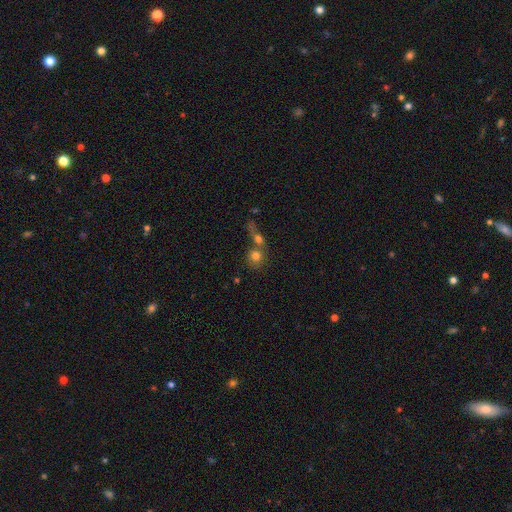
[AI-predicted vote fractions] Q: Smooth or featured?
A: smooth (75%); runner-up: featured or disk (13%)
Q: How rounded?
A: round (84%); runner-up: in between (15%)
Q: Merging?
A: merger (51%); runner-up: none (37%)